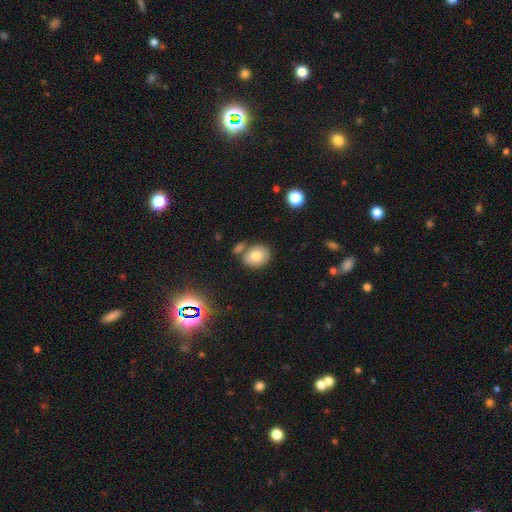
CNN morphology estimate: A smooth galaxy with no disk features (75%) that is in between round and cigar-shaped (50%).

Vote fractions:
- Smooth or featured? smooth: 75% / featured or disk: 15% / star or artifact: 10%
- How rounded? in between: 50% / round: 49% / cigar-shaped: 1%
- Merging? none: 69% / merger: 15% / minor disturbance: 13% / major disturbance: 4%